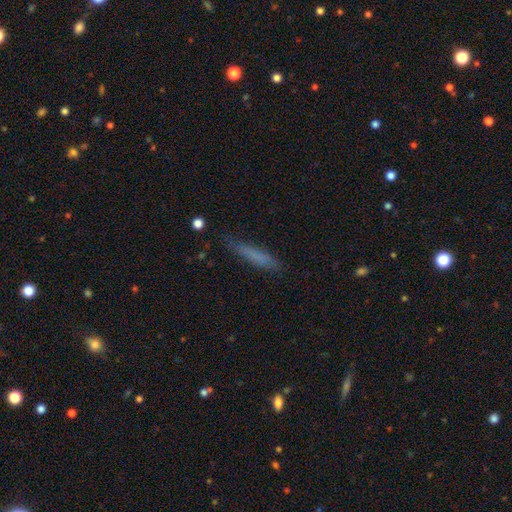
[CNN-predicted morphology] Smooth or featured? smooth (72%)
How rounded? cigar-shaped (88%)
Merging? none (74%)